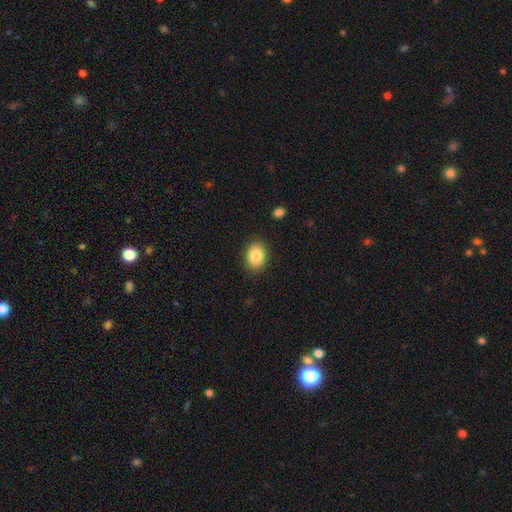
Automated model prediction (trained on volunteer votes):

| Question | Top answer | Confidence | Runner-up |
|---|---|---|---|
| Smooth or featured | smooth | 86% | star or artifact (8%) |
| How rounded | in between | 68% | round (31%) |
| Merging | none | 87% | minor disturbance (9%) |